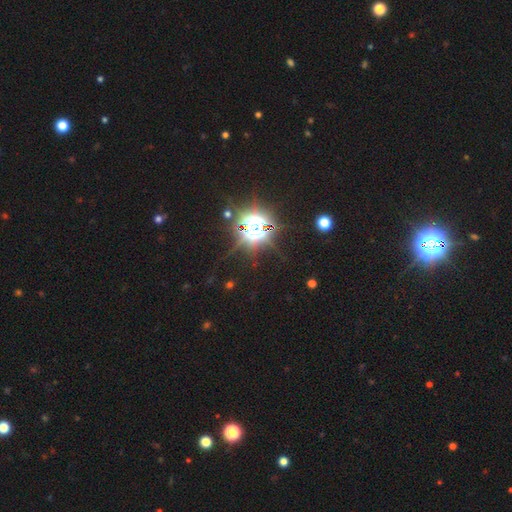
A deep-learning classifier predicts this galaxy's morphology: smooth-or-featured: star or artifact: 84% | smooth: 11% | featured or disk: 5%